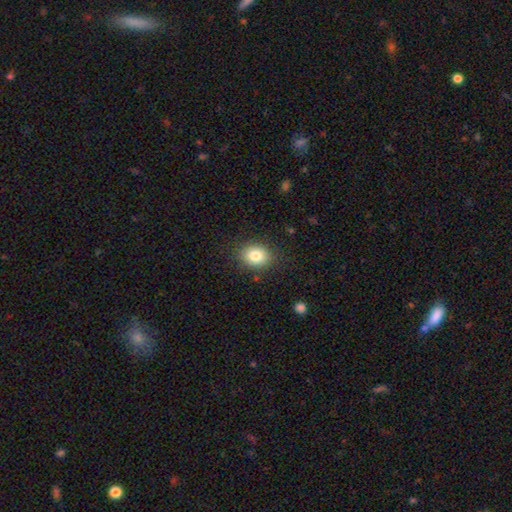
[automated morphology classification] A smooth galaxy with no disk features (82%) that is round (51%).

Vote fractions:
- Smooth or featured? smooth: 82% / star or artifact: 10% / featured or disk: 8%
- How rounded? round: 51% / in between: 48% / cigar-shaped: 1%
- Merging? none: 86% / minor disturbance: 10% / major disturbance: 3% / merger: 1%